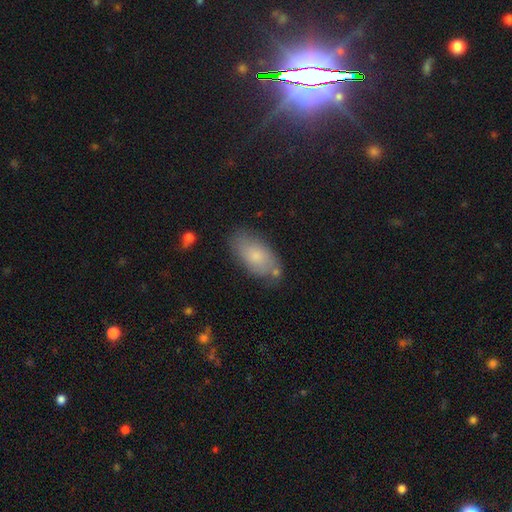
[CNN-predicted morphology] The model was most divided on "smooth or featured": smooth: 72%, featured or disk: 21%, star or artifact: 7%. More confident: how rounded — in between (93%); merging — none (71%).